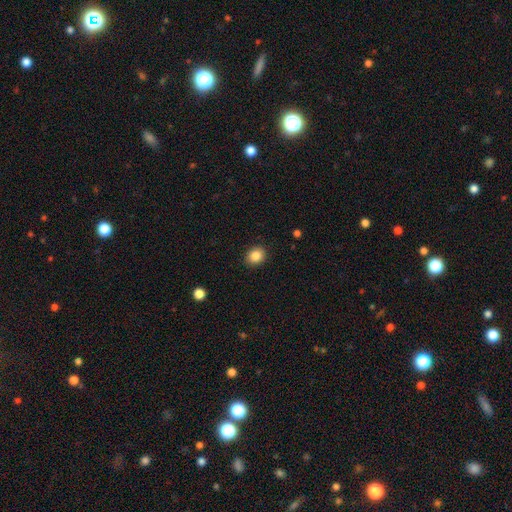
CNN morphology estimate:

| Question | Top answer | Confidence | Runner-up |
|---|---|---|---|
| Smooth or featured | smooth | 86% | star or artifact (9%) |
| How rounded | round | 60% | in between (39%) |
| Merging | none | 89% | minor disturbance (8%) |